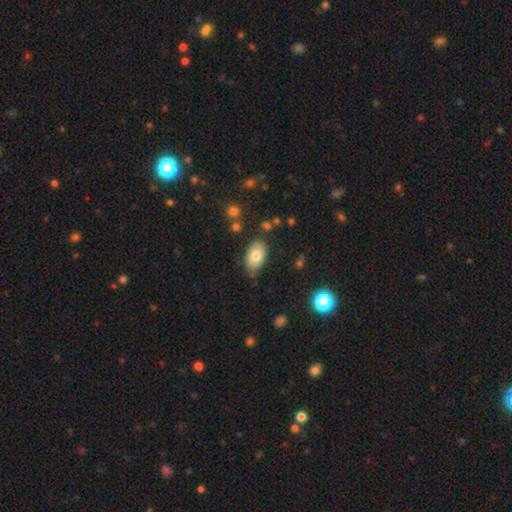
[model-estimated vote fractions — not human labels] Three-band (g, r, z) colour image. It shows a smooth galaxy with no disk features (79%) that is in between round and cigar-shaped (92%). Merging: none (73%).